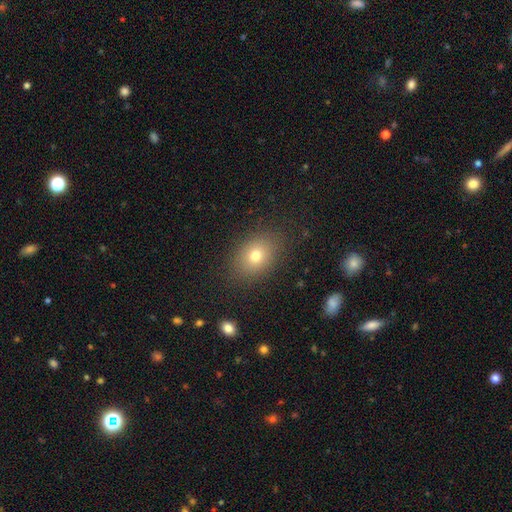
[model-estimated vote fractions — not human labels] Smooth or featured?
  - smooth: 75% *
  - featured or disk: 13%
  - star or artifact: 13%
How rounded?
  - in between: 69% *
  - round: 30%
  - cigar-shaped: 1%
Merging?
  - none: 85% *
  - minor disturbance: 10%
  - major disturbance: 4%
  - merger: 1%